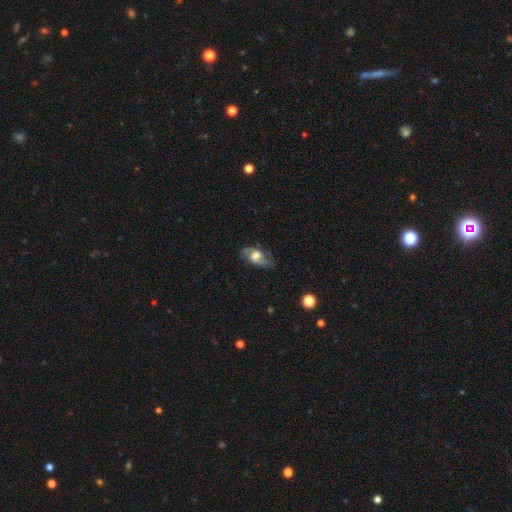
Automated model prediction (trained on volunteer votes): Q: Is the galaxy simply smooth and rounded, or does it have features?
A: featured or disk — 66%.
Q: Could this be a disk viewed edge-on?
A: no — 92%.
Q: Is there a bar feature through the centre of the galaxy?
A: no — 47%.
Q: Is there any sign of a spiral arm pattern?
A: yes — 86%.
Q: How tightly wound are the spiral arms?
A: medium — 45%.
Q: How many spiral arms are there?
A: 2 — 85%.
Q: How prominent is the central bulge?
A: moderate — 45%.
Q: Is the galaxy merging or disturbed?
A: none — 71%.